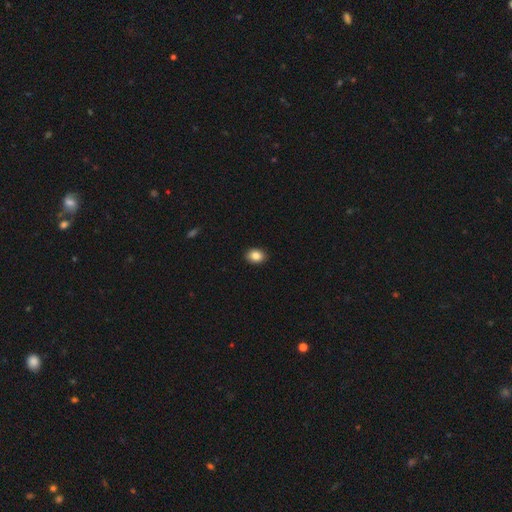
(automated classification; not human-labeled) smooth 85%, star or artifact 9%, featured or disk 6%. Down the decision tree: how rounded — in between (69%); merging — none (91%).